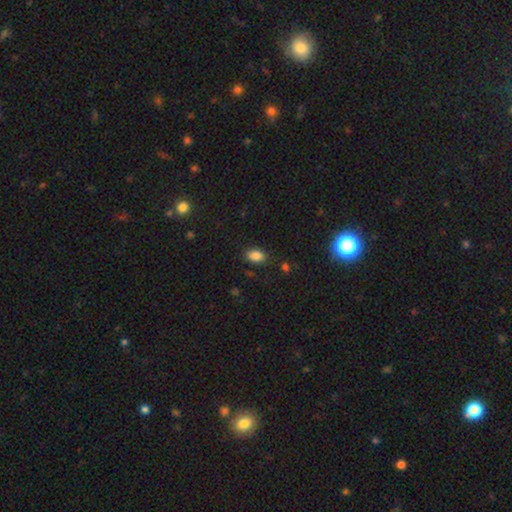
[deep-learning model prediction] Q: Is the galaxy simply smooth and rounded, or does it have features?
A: smooth — 85%.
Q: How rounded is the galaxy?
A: in between — 87%.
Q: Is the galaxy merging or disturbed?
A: none — 84%.